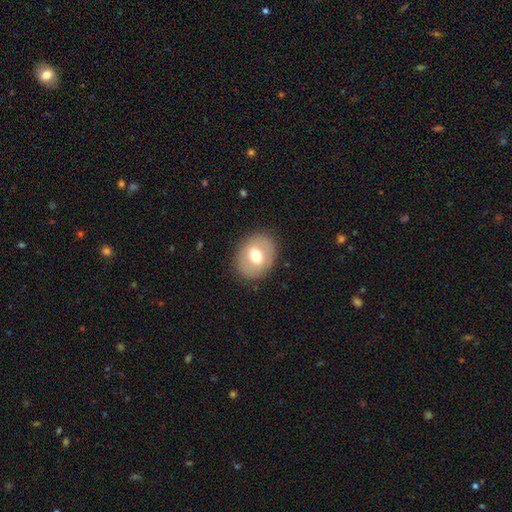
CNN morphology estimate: type=smooth (65%); roundness=round (52%); merging=none (86%).